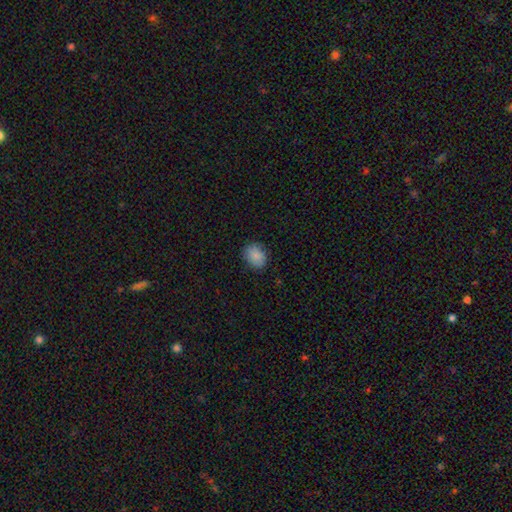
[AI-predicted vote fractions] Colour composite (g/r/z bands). It shows a smooth galaxy with no disk features (87%) that is round (50%). Merging: none (83%).